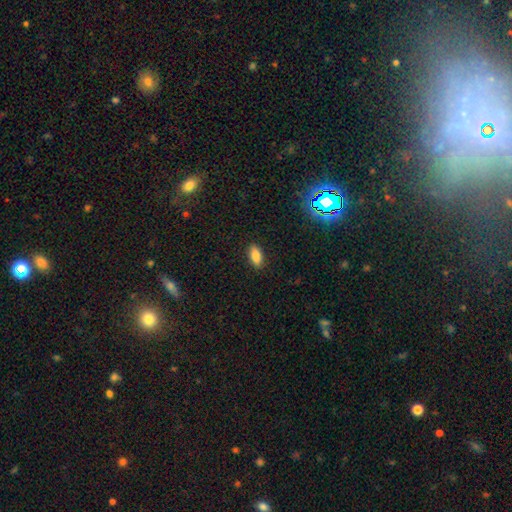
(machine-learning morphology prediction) This is clearly a smooth galaxy (83%). How rounded: clearly in between (87%). Merging: clearly none (89%).